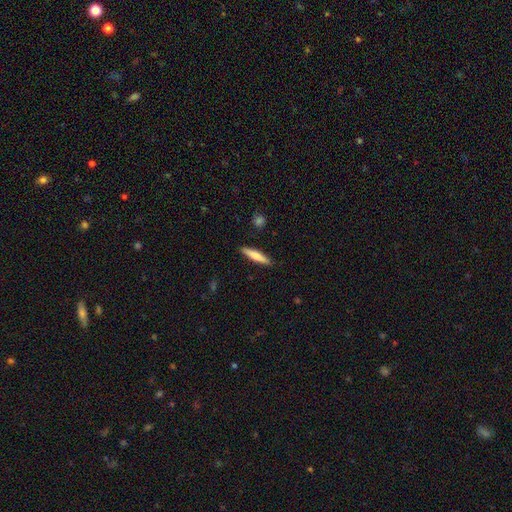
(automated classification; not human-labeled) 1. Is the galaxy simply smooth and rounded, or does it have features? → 69% smooth, 26% featured or disk, 5% star or artifact.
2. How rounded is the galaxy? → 87% cigar-shaped, 11% in between, 1% round.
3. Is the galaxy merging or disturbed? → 90% none, 7% minor disturbance, 2% major disturbance, 1% merger.